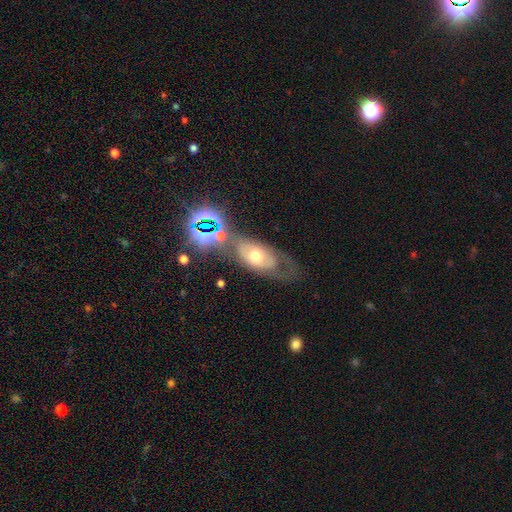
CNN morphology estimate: This is possibly a featured or disk galaxy (49%). Merging: possibly none (49%).